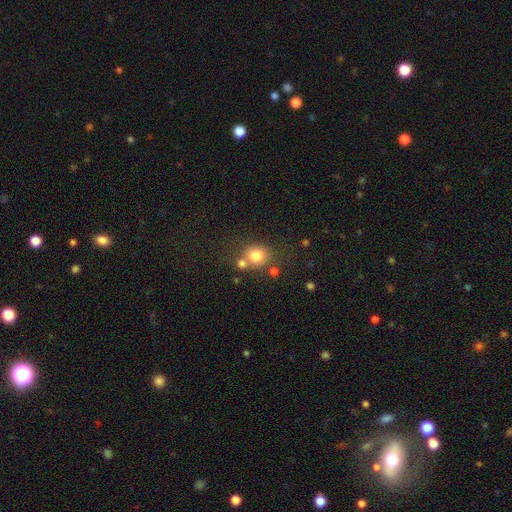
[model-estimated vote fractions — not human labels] Q: Smooth or featured?
A: smooth (77%); runner-up: star or artifact (13%)
Q: How rounded?
A: round (80%); runner-up: in between (19%)
Q: Merging?
A: none (57%); runner-up: merger (27%)